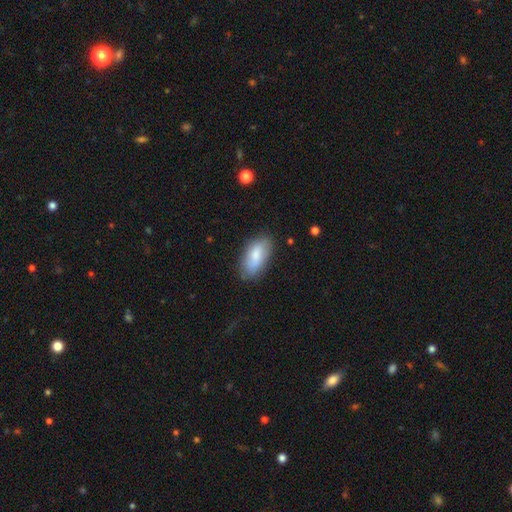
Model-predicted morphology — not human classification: This is likely a smooth galaxy (76%). How rounded: clearly in between (90%). Merging: likely none (79%).